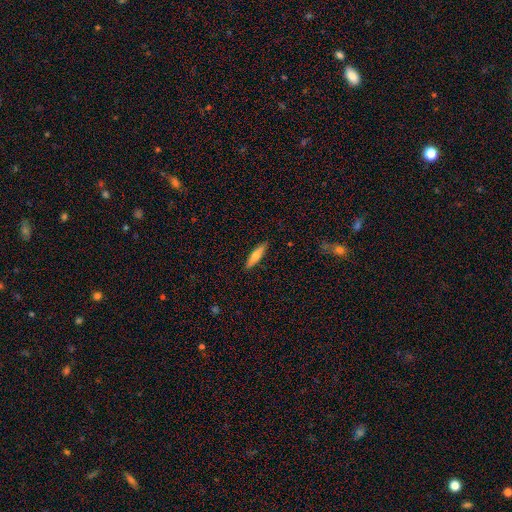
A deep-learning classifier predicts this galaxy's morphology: smooth-or-featured: smooth: 65% | featured or disk: 29% | star or artifact: 6%
  how-rounded: cigar-shaped: 84% | in between: 15% | round: 2%
  merging: none: 89% | minor disturbance: 8% | major disturbance: 2% | merger: 1%